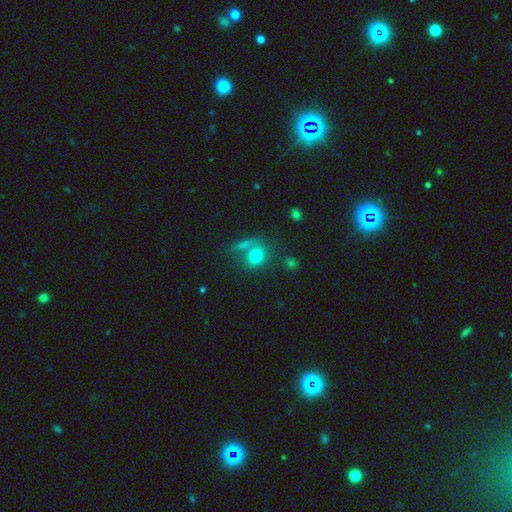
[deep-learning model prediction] smooth-or-featured: smooth: 77% | star or artifact: 12% | featured or disk: 11%
  how-rounded: round: 70% | in between: 27% | cigar-shaped: 2%
  merging: none: 59% | merger: 23% | minor disturbance: 12% | major disturbance: 7%